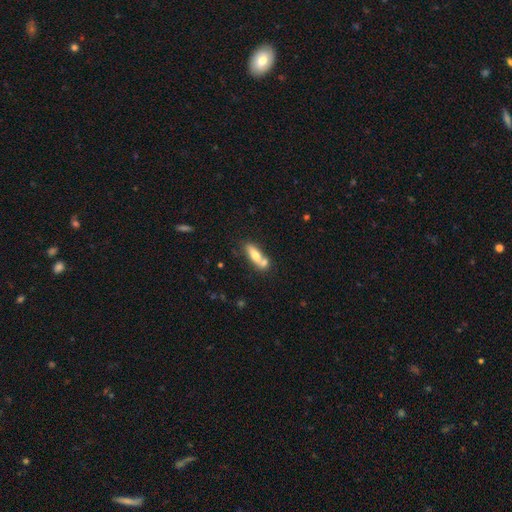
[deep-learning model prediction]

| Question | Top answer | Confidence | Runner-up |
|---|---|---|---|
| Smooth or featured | smooth | 64% | featured or disk (30%) |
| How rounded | in between | 56% | cigar-shaped (40%) |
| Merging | none | 45% | merger (37%) |